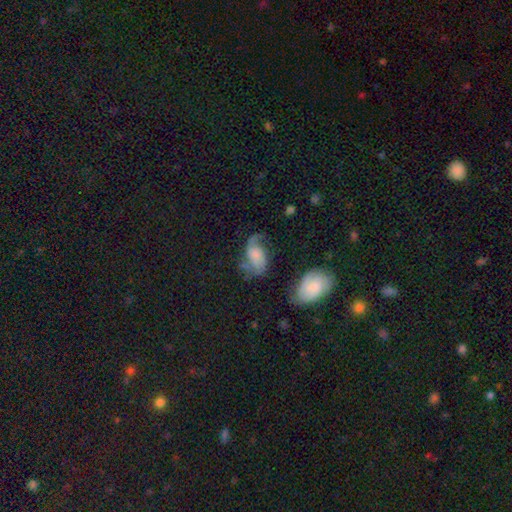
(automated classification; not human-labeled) Smooth or featured: featured or disk — 65% (smooth — 27%)
Edge-on disk: no — 97% (yes — 3%)
Bar: no — 64% (weak — 29%)
Spiral arms: yes — 89% (no — 11%)
Spiral winding: loose — 54% (medium — 34%)
Spiral arm count: 2 — 75% (1 — 16%)
Bulge size: none — 38% (small — 21%)
Merging: none — 42% (major disturbance — 27%)